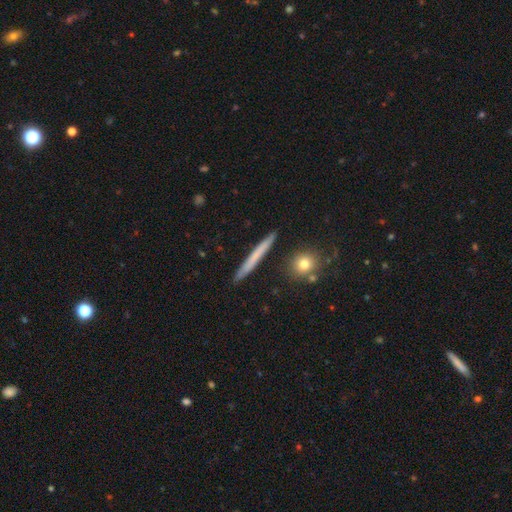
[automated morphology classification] This appears to be a smooth galaxy with no disk features (57%) that is cigar-shaped (96%). Merging: none (90%).